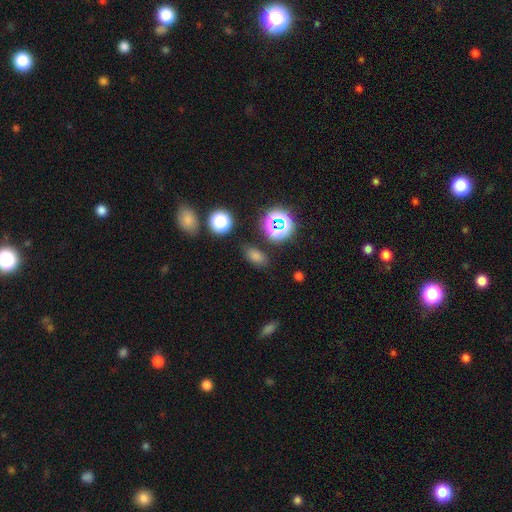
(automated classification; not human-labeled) Q: Smooth or featured?
A: smooth (67%); runner-up: star or artifact (26%)
Q: How rounded?
A: in between (79%); runner-up: round (17%)
Q: Merging?
A: none (83%); runner-up: minor disturbance (10%)